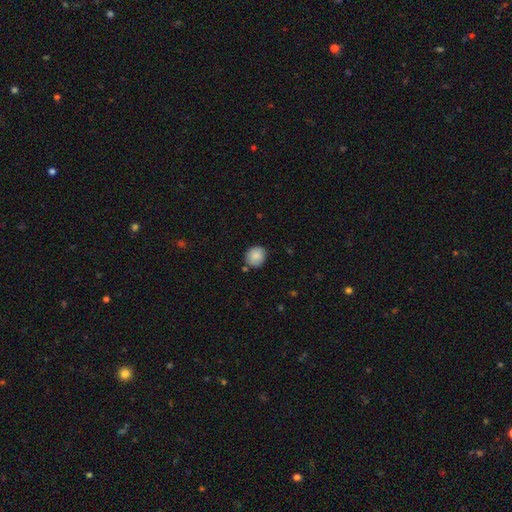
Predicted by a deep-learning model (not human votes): smooth 86%, star or artifact 8%, featured or disk 6%. Down the decision tree: how rounded — round (82%); merging — none (80%).